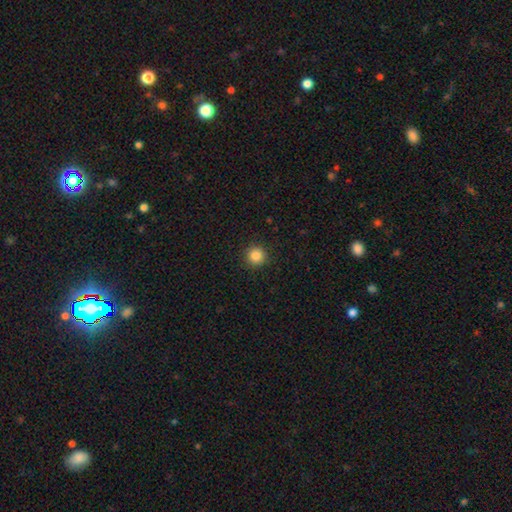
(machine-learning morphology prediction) A smooth galaxy with no disk features (86%) that is round (96%).

Vote fractions:
- Smooth or featured? smooth: 86% / star or artifact: 11% / featured or disk: 4%
- How rounded? round: 96% / in between: 4% / cigar-shaped: 1%
- Merging? none: 92% / minor disturbance: 5% / major disturbance: 2% / merger: 1%